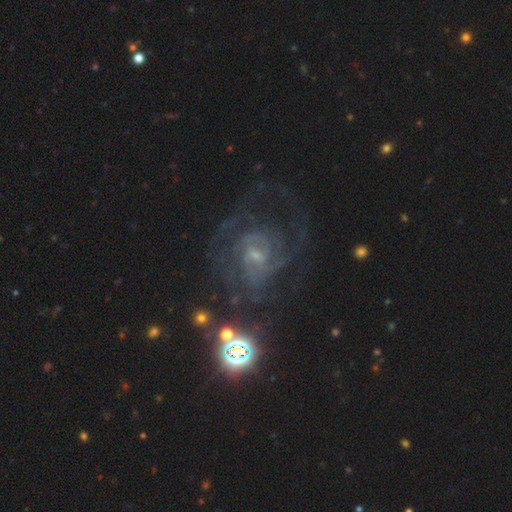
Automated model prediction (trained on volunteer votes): A featured or disk galaxy (76%) with a weak bar (48%), tight (43%) spiral arms (88%) and a small central bulge (62%). Merging: none (56%).